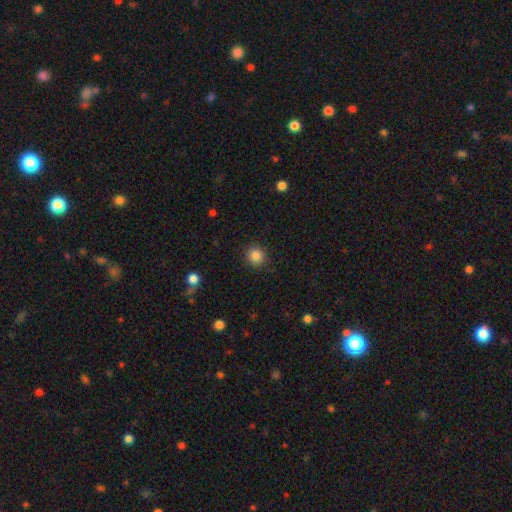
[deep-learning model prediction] Smooth or featured?
  - smooth: 85% *
  - star or artifact: 11%
  - featured or disk: 4%
How rounded?
  - round: 93% *
  - in between: 6%
  - cigar-shaped: 1%
Merging?
  - none: 90% *
  - minor disturbance: 6%
  - major disturbance: 2%
  - merger: 1%